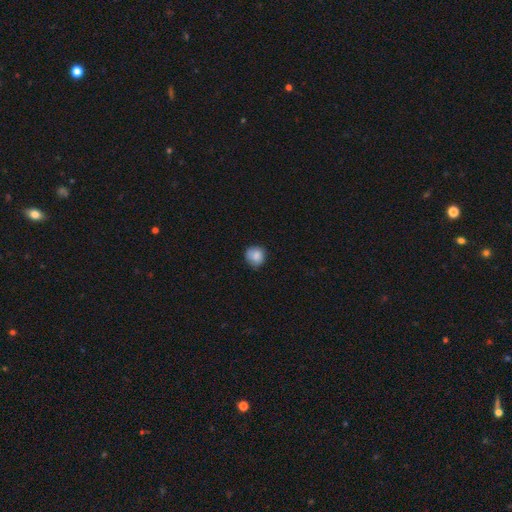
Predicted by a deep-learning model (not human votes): smooth-or-featured: smooth: 84% | star or artifact: 8% | featured or disk: 8%
  how-rounded: round: 85% | in between: 14% | cigar-shaped: 1%
  merging: none: 73% | minor disturbance: 22% | major disturbance: 4% | merger: 1%